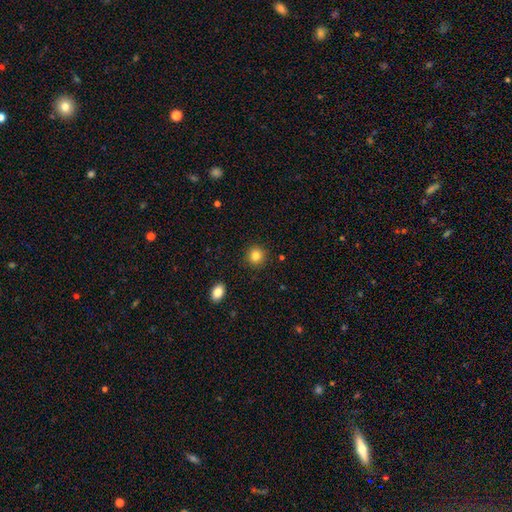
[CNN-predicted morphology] Overall: smooth (84%). How rounded: round (91%). Merging: none (91%).